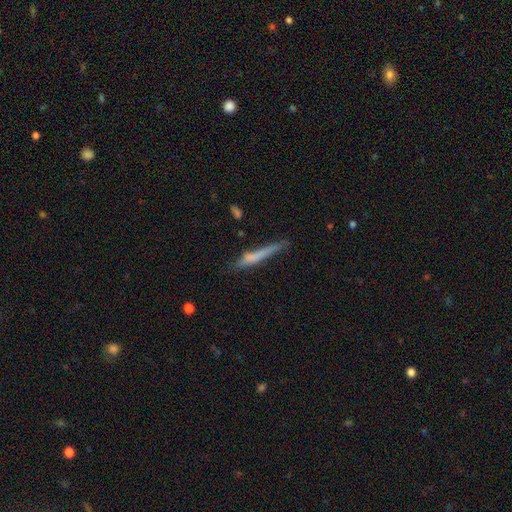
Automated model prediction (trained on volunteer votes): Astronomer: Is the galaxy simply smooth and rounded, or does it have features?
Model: smooth — 55% (runner-up: featured or disk, 36%).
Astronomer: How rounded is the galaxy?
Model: cigar-shaped — 95%.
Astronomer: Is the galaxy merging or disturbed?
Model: none — 72%.